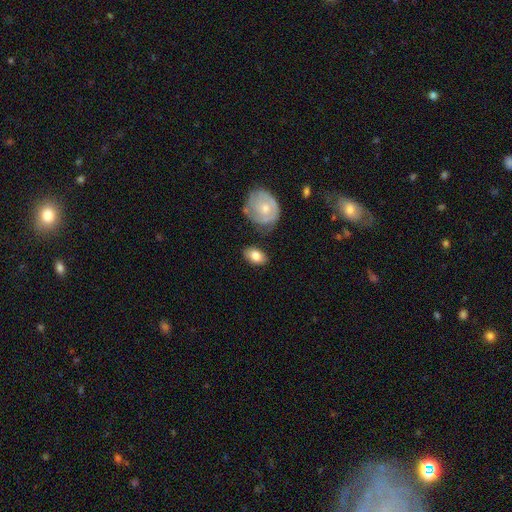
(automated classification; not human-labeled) Smooth or featured: smooth — 77% (featured or disk — 17%)
How rounded: in between — 87% (round — 12%)
Merging: none — 76% (minor disturbance — 16%)